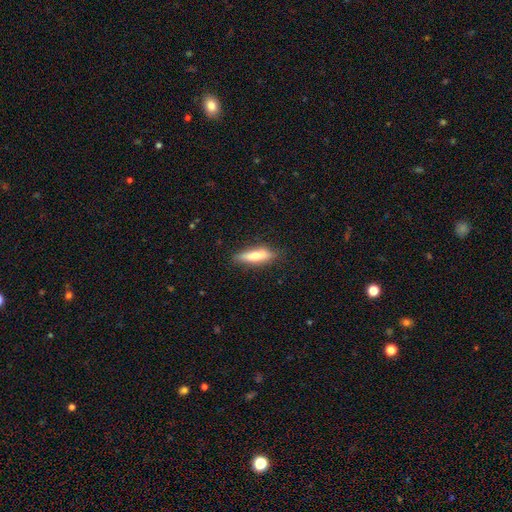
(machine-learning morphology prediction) A smooth galaxy with no disk features (63%) that is cigar-shaped (64%). Merging: none (79%).